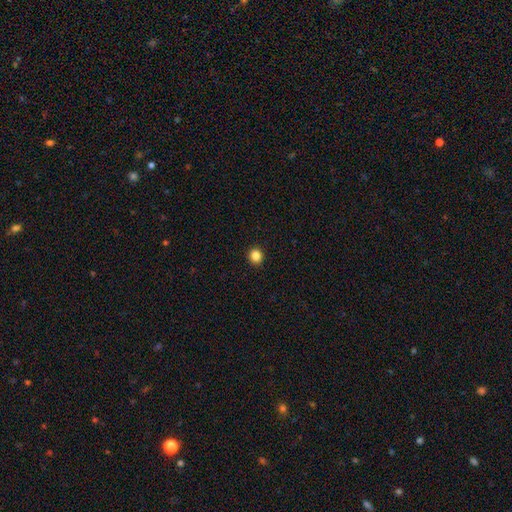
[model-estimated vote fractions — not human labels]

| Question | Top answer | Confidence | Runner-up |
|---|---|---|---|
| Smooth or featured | smooth | 85% | star or artifact (12%) |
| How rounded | round | 92% | in between (7%) |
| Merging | none | 94% | minor disturbance (4%) |